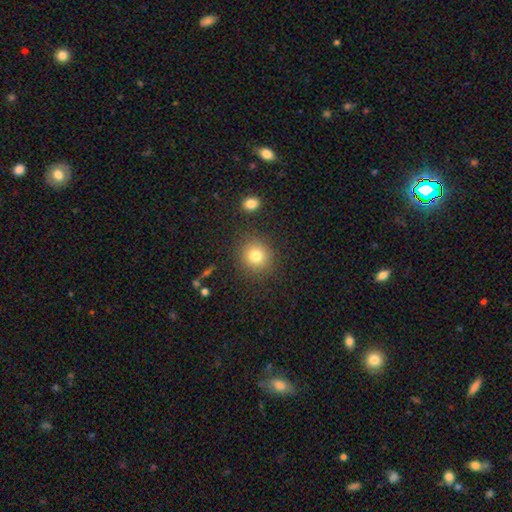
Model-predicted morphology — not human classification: The model was most divided on "smooth or featured": smooth: 79%, star or artifact: 12%, featured or disk: 9%. More confident: merging — none (86%); how rounded — round (86%).